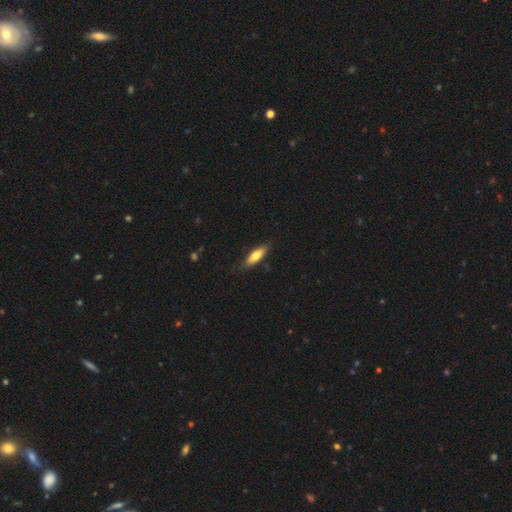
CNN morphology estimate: Smooth or featured: smooth — 69% (featured or disk — 25%)
How rounded: in between — 51% (cigar-shaped — 47%)
Merging: none — 82% (minor disturbance — 14%)